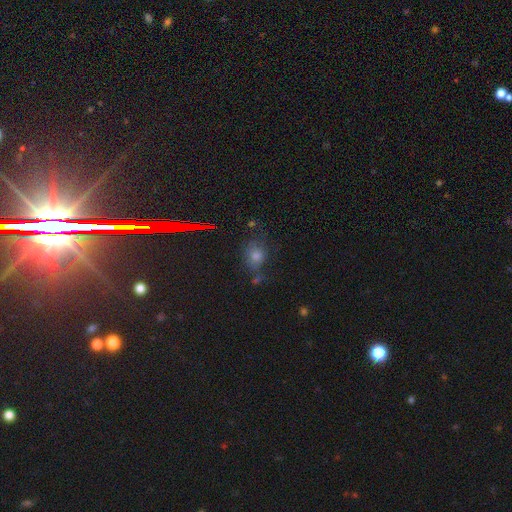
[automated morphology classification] Smooth or featured?
  - smooth: 59% *
  - star or artifact: 30%
  - featured or disk: 11%
How rounded?
  - round: 58% *
  - in between: 40%
  - cigar-shaped: 2%
Merging?
  - none: 64% *
  - minor disturbance: 19%
  - merger: 9%
  - major disturbance: 8%